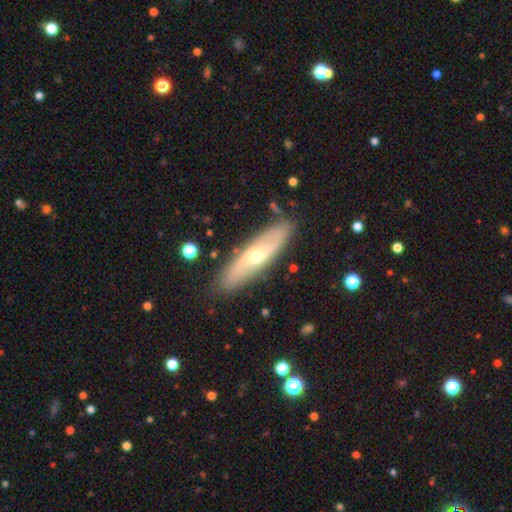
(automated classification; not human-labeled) featured or disk 62%, smooth 31%, star or artifact 6%. Down the decision tree: edge-on disk — no (58%); merging — none (85%).